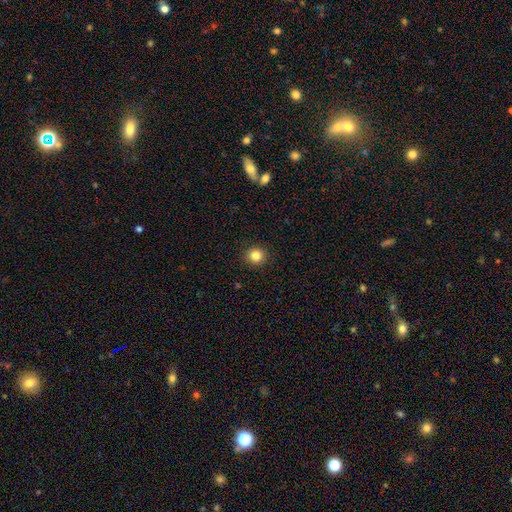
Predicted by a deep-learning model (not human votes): Smooth or featured: smooth — 83% (star or artifact — 11%)
How rounded: round — 92% (in between — 7%)
Merging: none — 92% (minor disturbance — 5%)